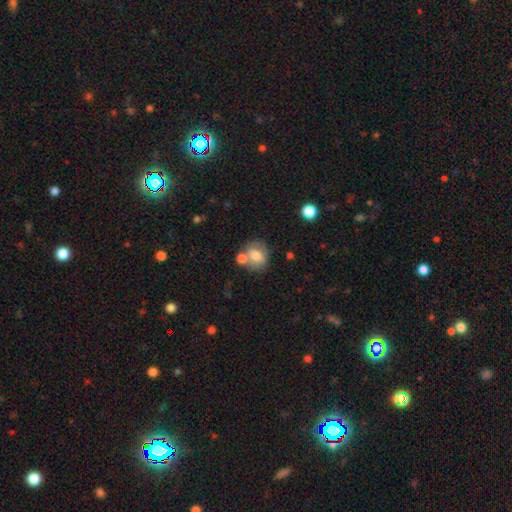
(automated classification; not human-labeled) A smooth galaxy with no disk features (68%) that is round (64%). Merging: none (53%).